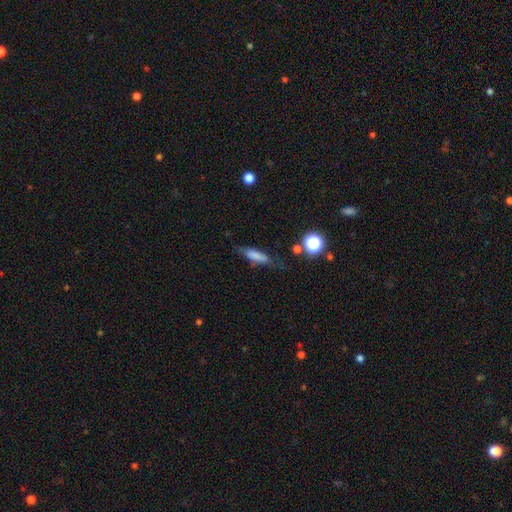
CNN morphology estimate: smooth_or_featured: smooth (p=0.67) [alt: featured or disk p=0.23]
how_rounded: cigar-shaped (p=0.61) [alt: in between p=0.35]
merging: none (p=0.62) [alt: minor disturbance p=0.24]